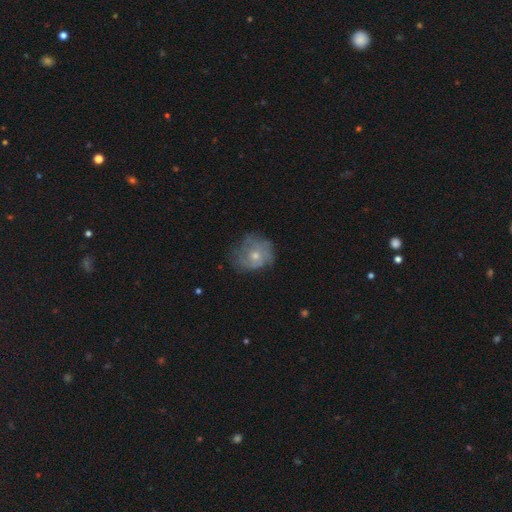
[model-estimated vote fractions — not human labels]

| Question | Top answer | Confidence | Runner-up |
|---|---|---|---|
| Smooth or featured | featured or disk | 50% | smooth (41%) |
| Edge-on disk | no | 97% | yes (3%) |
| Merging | none | 54% | minor disturbance (28%) |